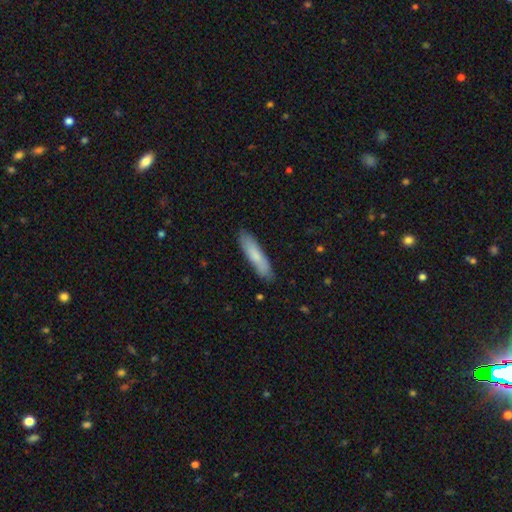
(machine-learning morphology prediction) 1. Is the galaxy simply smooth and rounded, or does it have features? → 77% smooth, 17% featured or disk, 6% star or artifact.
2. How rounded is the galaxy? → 81% cigar-shaped, 18% in between, 1% round.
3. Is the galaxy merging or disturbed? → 86% none, 11% minor disturbance, 2% major disturbance, 1% merger.